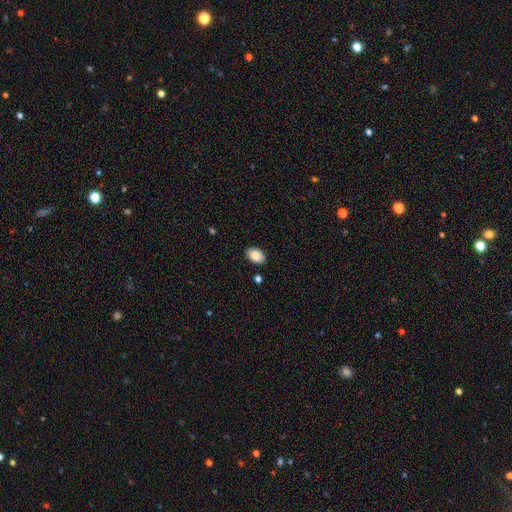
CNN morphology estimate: smooth-or-featured: smooth: 88% | star or artifact: 7% | featured or disk: 5%
  how-rounded: in between: 86% | round: 13% | cigar-shaped: 1%
  merging: none: 88% | minor disturbance: 9% | major disturbance: 2% | merger: 2%